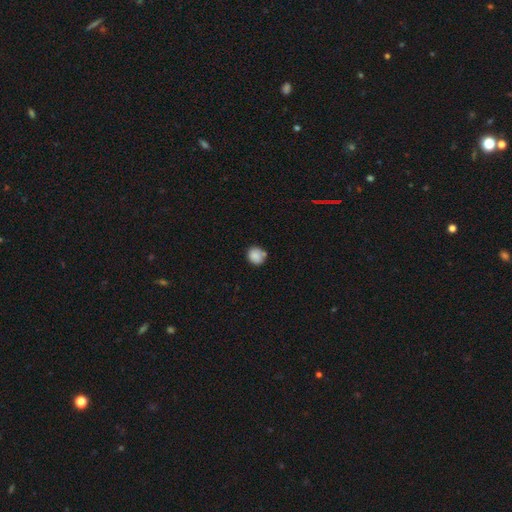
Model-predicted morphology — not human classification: smooth_or_featured: smooth (p=0.84) [alt: star or artifact p=0.09]
how_rounded: round (p=0.77) [alt: in between p=0.22]
merging: none (p=0.65) [alt: minor disturbance p=0.21]